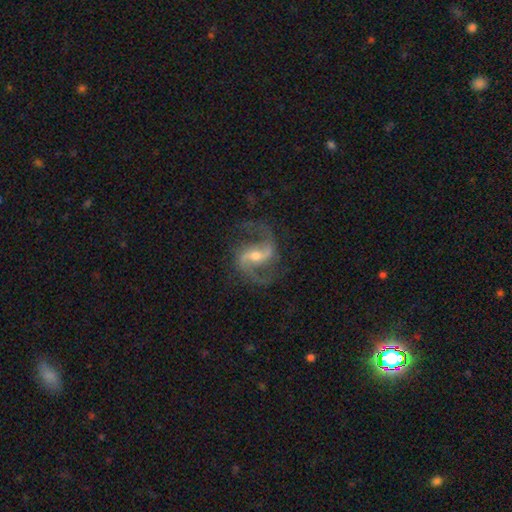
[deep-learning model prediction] Q: Smooth or featured?
A: featured or disk (92%); runner-up: star or artifact (5%)
Q: Edge-on disk?
A: no (98%); runner-up: yes (2%)
Q: Bar?
A: weak (41%); runner-up: strong (39%)
Q: Spiral arms?
A: yes (98%); runner-up: no (2%)
Q: Spiral winding?
A: medium (50%); runner-up: loose (41%)
Q: Spiral arm count?
A: 2 (93%); runner-up: 3 (2%)
Q: Bulge size?
A: moderate (54%); runner-up: small (41%)
Q: Merging?
A: none (77%); runner-up: minor disturbance (14%)